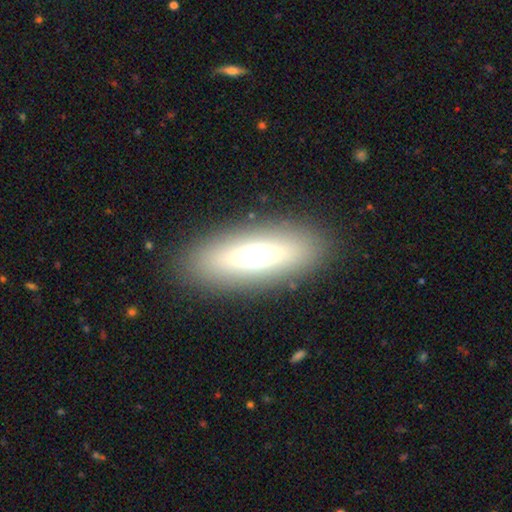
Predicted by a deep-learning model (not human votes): Smooth or featured?
  - smooth: 61% *
  - featured or disk: 29%
  - star or artifact: 10%
How rounded?
  - in between: 61% *
  - cigar-shaped: 35%
  - round: 4%
Merging?
  - none: 87% *
  - minor disturbance: 8%
  - major disturbance: 4%
  - merger: 1%